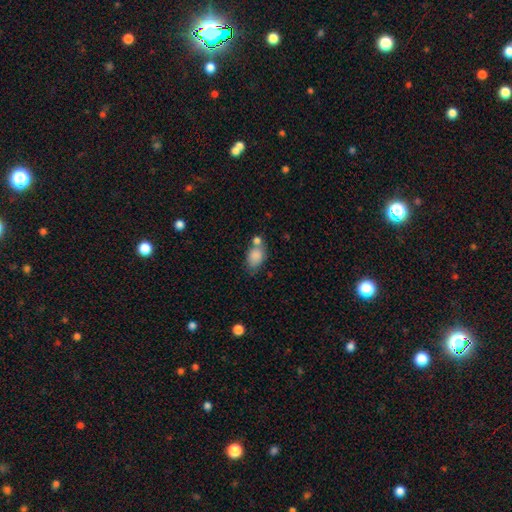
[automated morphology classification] Q: Smooth or featured?
A: smooth (83%); runner-up: featured or disk (8%)
Q: How rounded?
A: in between (80%); runner-up: round (19%)
Q: Merging?
A: none (48%); runner-up: merger (29%)